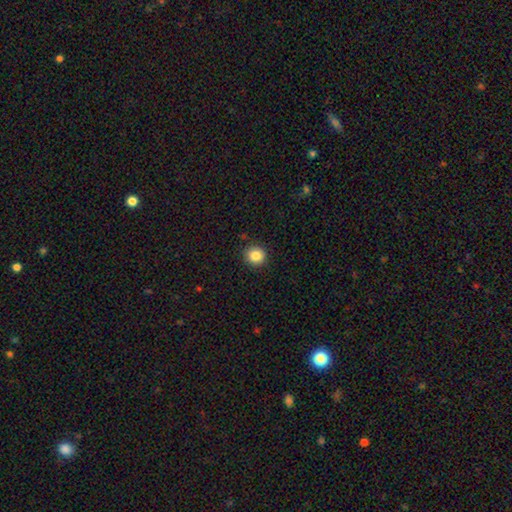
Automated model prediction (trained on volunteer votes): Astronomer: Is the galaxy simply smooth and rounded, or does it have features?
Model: smooth — 85%.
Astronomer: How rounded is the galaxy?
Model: round — 92%.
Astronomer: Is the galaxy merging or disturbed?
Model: none — 90%.